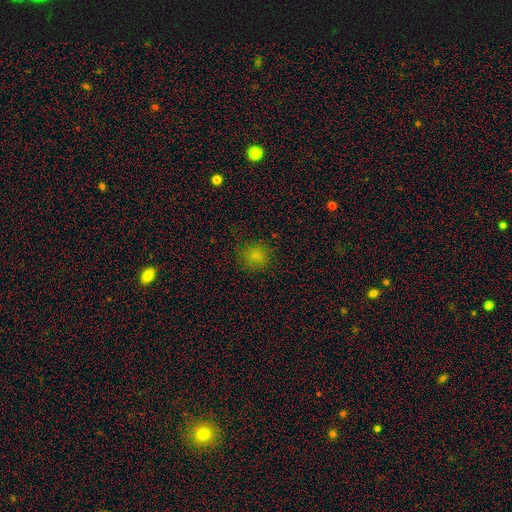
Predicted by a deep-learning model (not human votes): Smooth or featured? smooth (77%)
How rounded? round (83%)
Merging? none (81%)